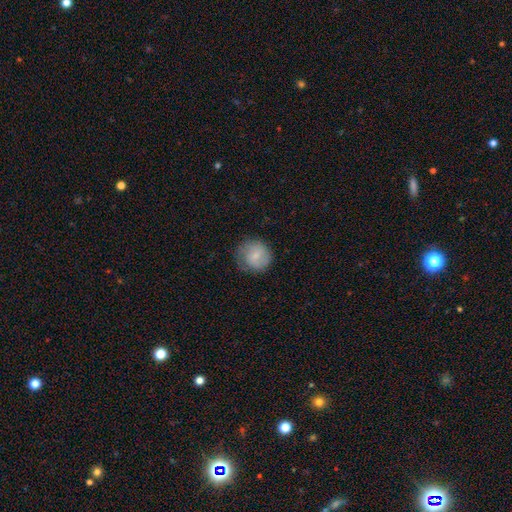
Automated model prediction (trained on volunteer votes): Smooth or featured? smooth (73%)
How rounded? round (88%)
Merging? none (69%)